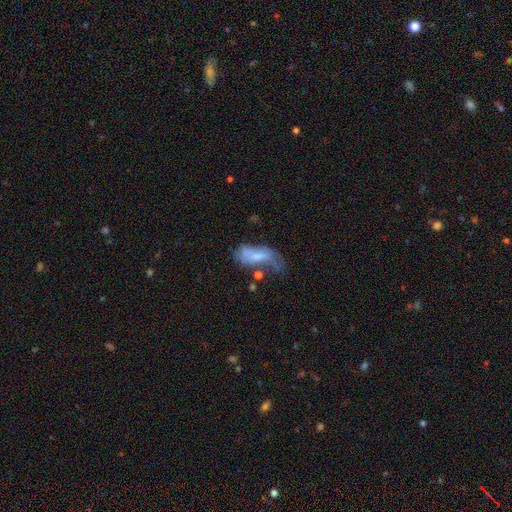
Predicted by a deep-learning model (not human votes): A smooth galaxy with no disk features (51%) that is in between round and cigar-shaped (79%). Merging: major disturbance (39%).